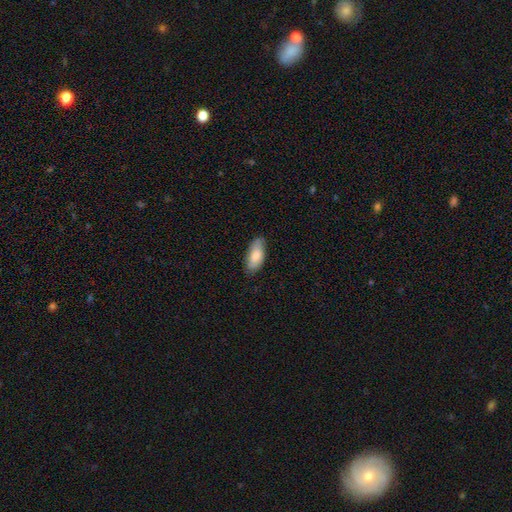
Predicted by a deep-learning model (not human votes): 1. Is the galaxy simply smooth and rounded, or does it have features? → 79% smooth, 15% featured or disk, 6% star or artifact.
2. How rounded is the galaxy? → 85% in between, 13% cigar-shaped, 2% round.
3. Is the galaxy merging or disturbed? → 80% none, 16% minor disturbance, 2% major disturbance, 1% merger.